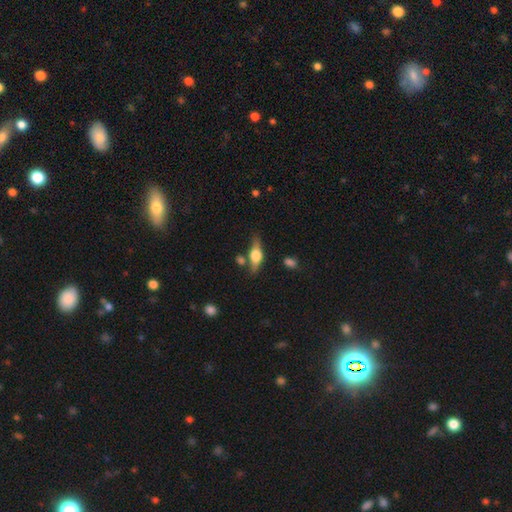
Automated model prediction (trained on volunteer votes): Smooth or featured: featured or disk — 53% (smooth — 40%)
Edge-on disk: yes — 91% (no — 9%)
Merging: none — 70% (minor disturbance — 16%)